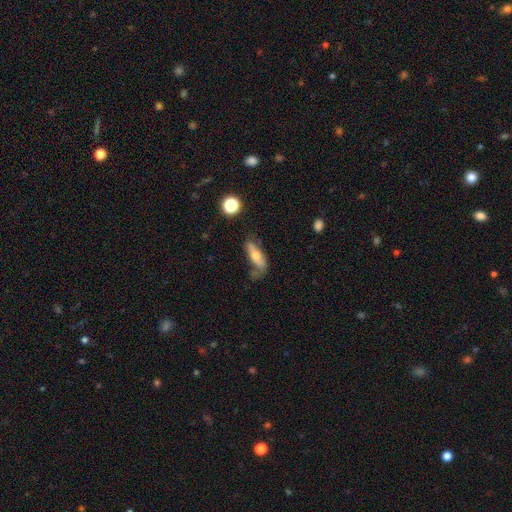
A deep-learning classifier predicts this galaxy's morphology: type=smooth (53%); roundness=in between (57%); merging=none (46%).